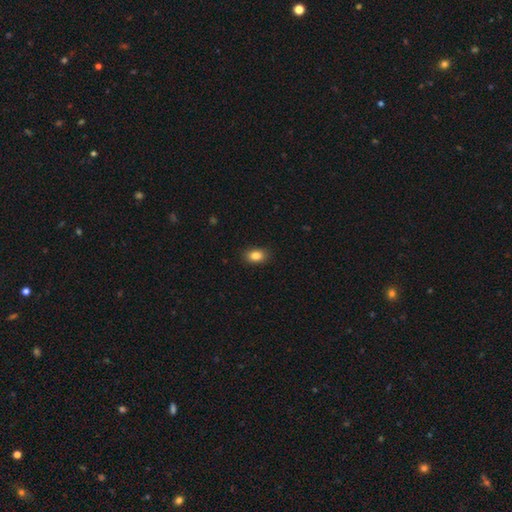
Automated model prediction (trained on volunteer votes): Q: Smooth or featured?
A: smooth (85%); runner-up: star or artifact (9%)
Q: How rounded?
A: in between (83%); runner-up: round (15%)
Q: Merging?
A: none (89%); runner-up: minor disturbance (8%)